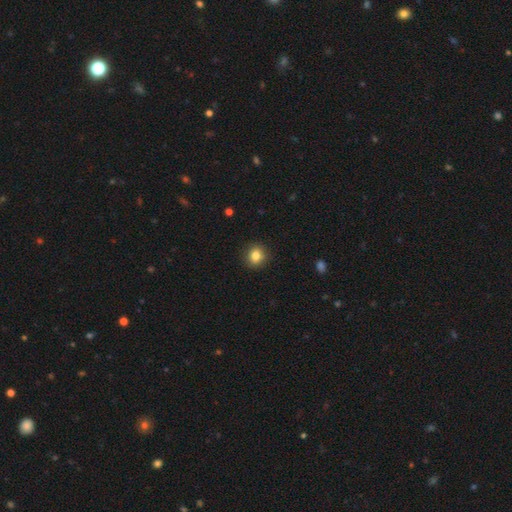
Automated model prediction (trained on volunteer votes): Overall: smooth (84%). How rounded: round (82%). Merging: none (91%).